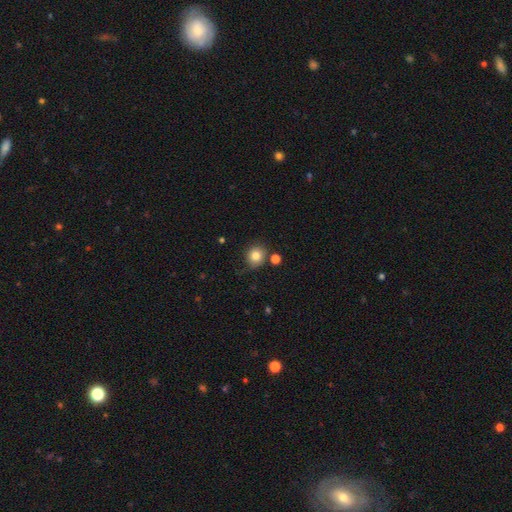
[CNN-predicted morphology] This is clearly a smooth galaxy (82%). How rounded: clearly round (85%). Merging: likely none (78%).